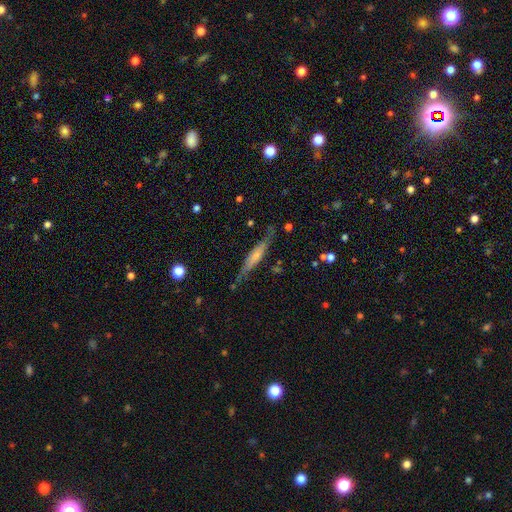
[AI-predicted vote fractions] smooth_or_featured: featured or disk (p=0.47) [alt: smooth p=0.46]
merging: none (p=0.70) [alt: minor disturbance p=0.21]